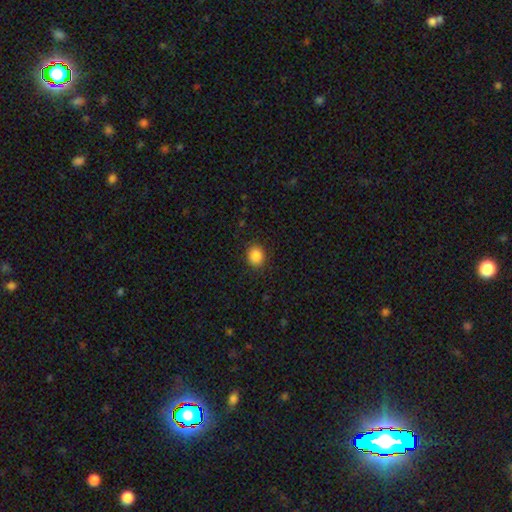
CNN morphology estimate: Smooth or featured? smooth (87%)
How rounded? round (69%)
Merging? none (88%)